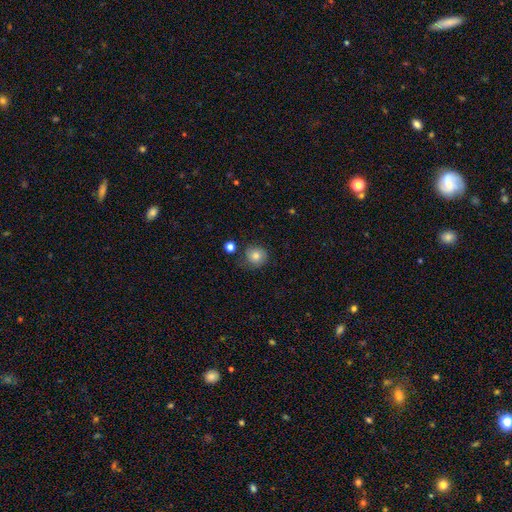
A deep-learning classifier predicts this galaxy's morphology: Smooth or featured? Predicted: smooth (p=0.79). How rounded? Predicted: round (p=0.88). Merging? Predicted: none (p=0.72).